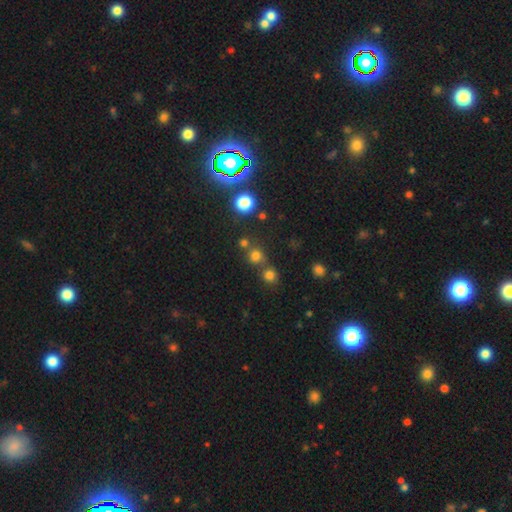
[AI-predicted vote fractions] Smooth or featured: smooth — 72% (star or artifact — 22%)
How rounded: round — 90% (in between — 9%)
Merging: none — 65% (merger — 23%)